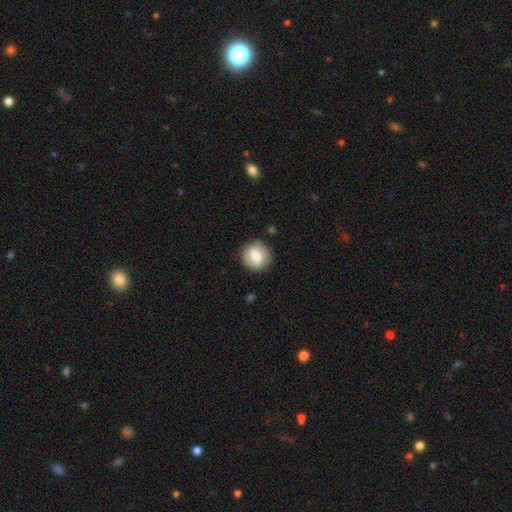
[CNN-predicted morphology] A smooth galaxy with no disk features (76%) that is round (87%).

Vote fractions:
- Smooth or featured? smooth: 76% / featured or disk: 16% / star or artifact: 8%
- How rounded? round: 87% / in between: 12% / cigar-shaped: 1%
- Merging? none: 85% / minor disturbance: 10% / major disturbance: 3% / merger: 1%